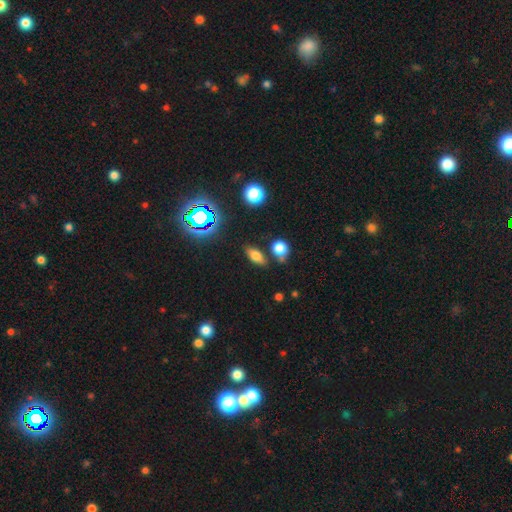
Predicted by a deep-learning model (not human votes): smooth 67%, star or artifact 18%, featured or disk 15%. Down the decision tree: how rounded — in between (76%); merging — none (76%).